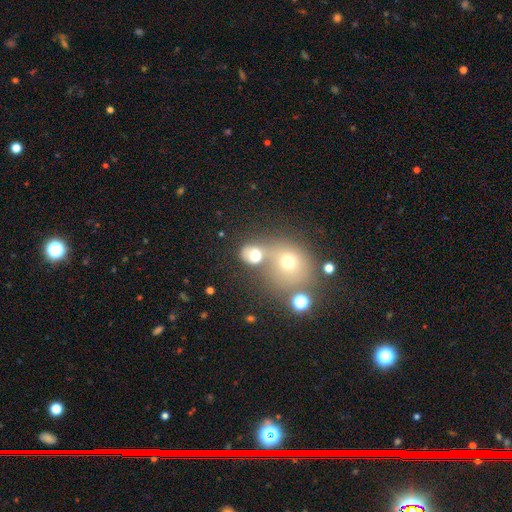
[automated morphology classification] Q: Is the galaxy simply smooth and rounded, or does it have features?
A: smooth — 66%.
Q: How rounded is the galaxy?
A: round — 66%.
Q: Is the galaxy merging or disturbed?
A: merger — 53%.